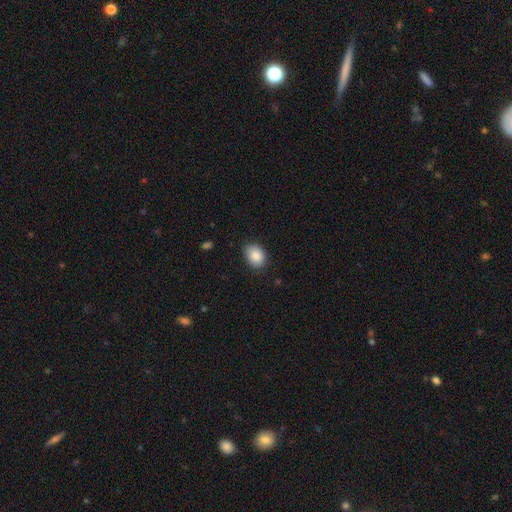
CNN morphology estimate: type=smooth (87%); roundness=in between (75%); merging=none (81%).